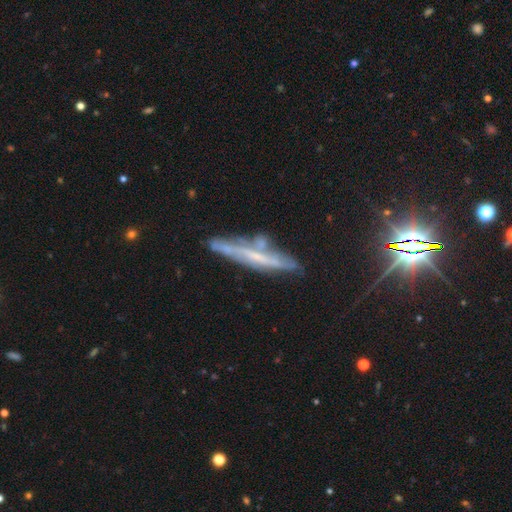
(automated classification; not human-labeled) featured or disk 61%, smooth 26%, star or artifact 13%. Down the decision tree: edge-on disk — yes (82%); merging — none (65%).